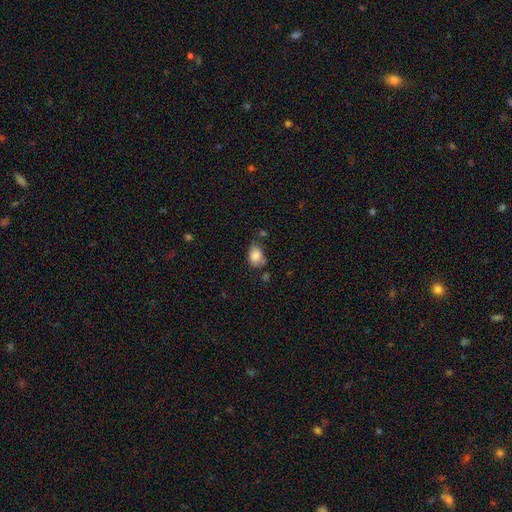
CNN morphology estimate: type=smooth (85%); roundness=in between (74%); merging=none (50%).